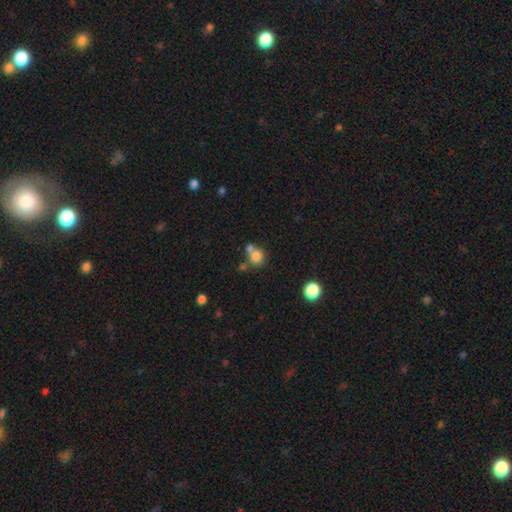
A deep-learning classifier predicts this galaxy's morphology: A smooth galaxy with no disk features (78%) that is round (83%).

Vote fractions:
- Smooth or featured? smooth: 78% / star or artifact: 12% / featured or disk: 10%
- How rounded? round: 83% / in between: 16% / cigar-shaped: 1%
- Merging? none: 47% / merger: 39% / minor disturbance: 10% / major disturbance: 5%